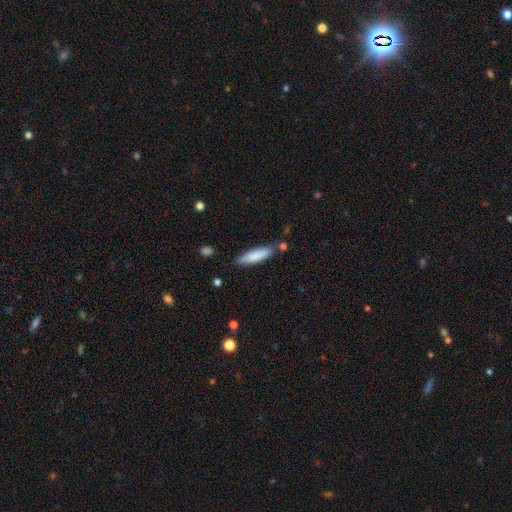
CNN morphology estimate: Smooth or featured? Predicted: smooth (p=0.83). How rounded? Predicted: cigar-shaped (p=0.72). Merging? Predicted: none (p=0.78).